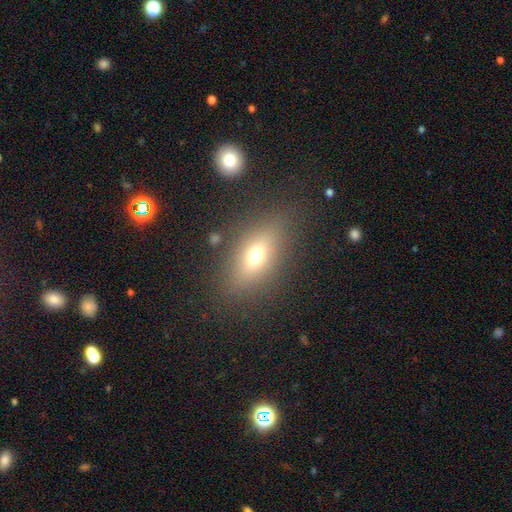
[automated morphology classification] Q: Smooth or featured?
A: smooth (63%); runner-up: featured or disk (23%)
Q: How rounded?
A: in between (75%); runner-up: round (14%)
Q: Merging?
A: none (81%); runner-up: minor disturbance (11%)